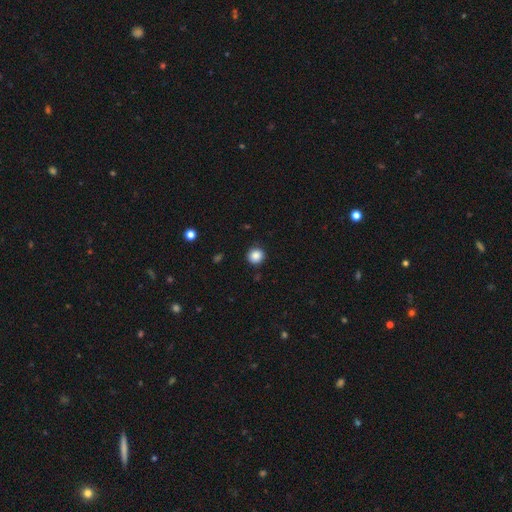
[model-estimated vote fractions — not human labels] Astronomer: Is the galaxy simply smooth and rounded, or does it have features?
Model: smooth — 86%.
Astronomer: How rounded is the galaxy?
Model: round — 94%.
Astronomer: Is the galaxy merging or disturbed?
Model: none — 90%.